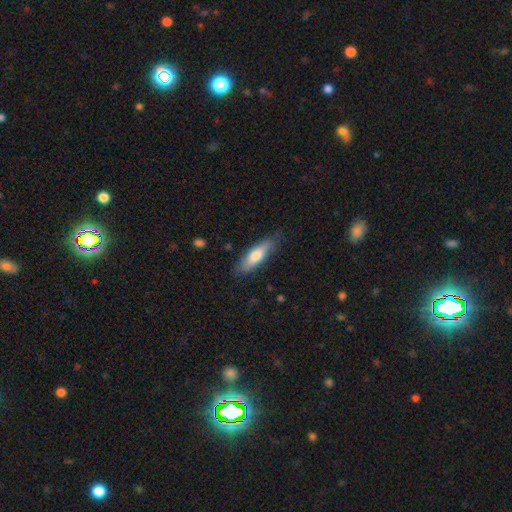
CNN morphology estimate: A smooth galaxy with no disk features (68%) that is cigar-shaped (59%). Merging: none (81%).